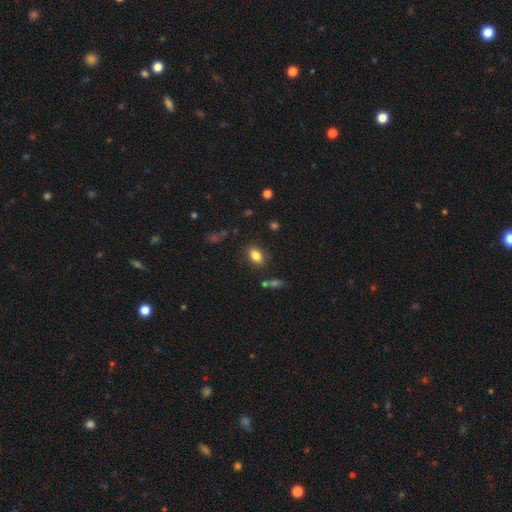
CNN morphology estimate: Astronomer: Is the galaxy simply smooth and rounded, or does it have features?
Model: smooth — 83%.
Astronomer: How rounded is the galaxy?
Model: in between — 83%.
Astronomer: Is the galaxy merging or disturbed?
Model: none — 82%.